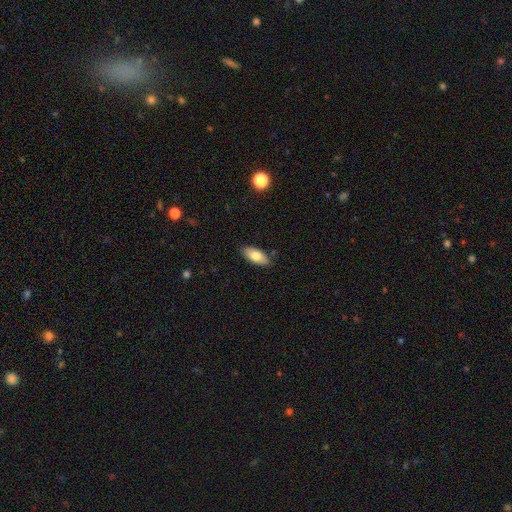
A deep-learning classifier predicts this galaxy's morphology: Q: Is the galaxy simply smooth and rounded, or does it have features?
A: smooth — 76%.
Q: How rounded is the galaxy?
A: in between — 87%.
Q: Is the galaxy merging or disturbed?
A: none — 87%.